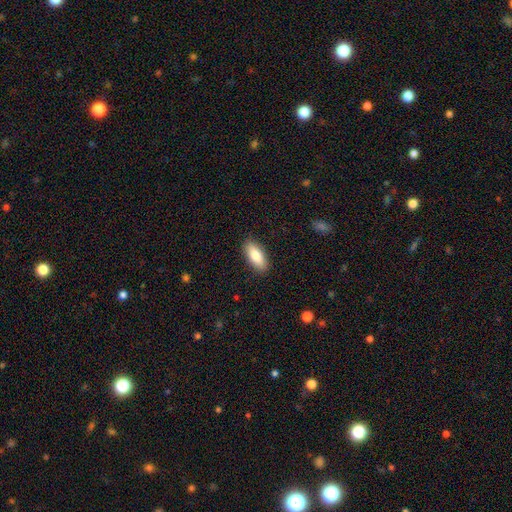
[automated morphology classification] Smooth or featured: smooth — 81% (featured or disk — 13%)
How rounded: in between — 82% (cigar-shaped — 16%)
Merging: none — 89% (minor disturbance — 8%)